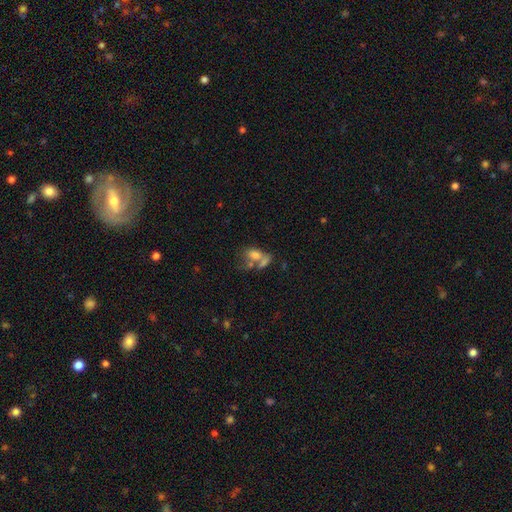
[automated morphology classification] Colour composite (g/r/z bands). It shows a smooth galaxy with no disk features (61%) that is in between round and cigar-shaped (74%). Merging: merger (52%).